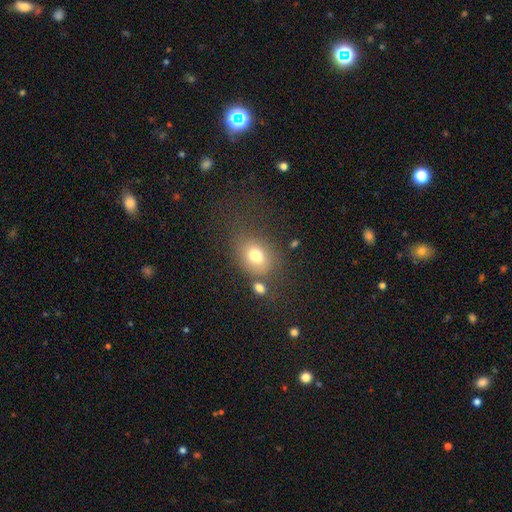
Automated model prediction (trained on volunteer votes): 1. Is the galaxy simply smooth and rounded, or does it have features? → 75% smooth, 13% featured or disk, 12% star or artifact.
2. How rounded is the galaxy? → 58% in between, 41% round, 1% cigar-shaped.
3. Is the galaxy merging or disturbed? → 62% none, 17% minor disturbance, 11% merger, 10% major disturbance.